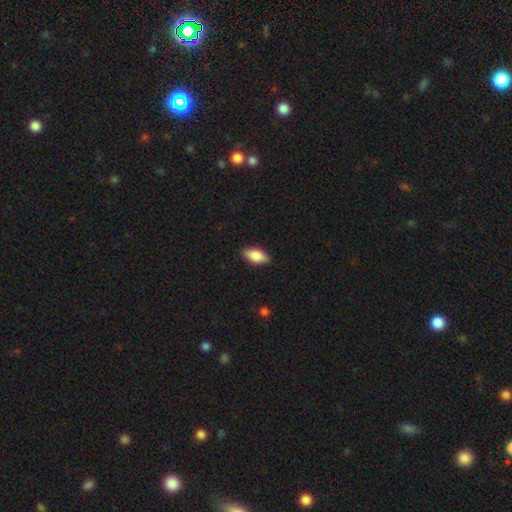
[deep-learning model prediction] Morphology: type=smooth (78%); roundness=in between (88%); merging=none (87%).